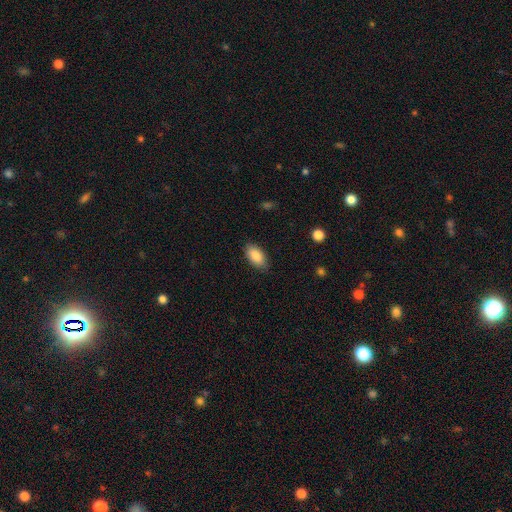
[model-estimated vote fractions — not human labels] Overall: smooth (89%). How rounded: in between (94%). Merging: none (85%).